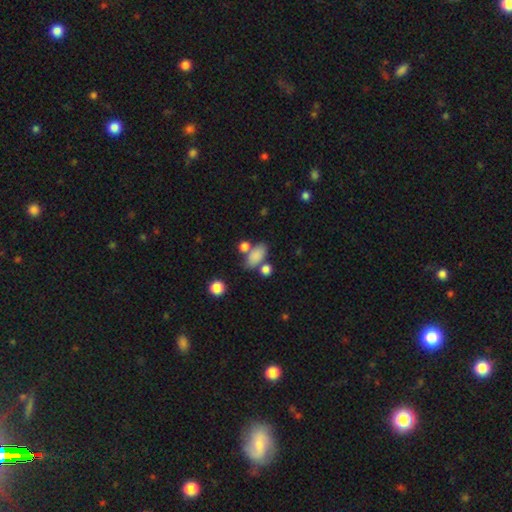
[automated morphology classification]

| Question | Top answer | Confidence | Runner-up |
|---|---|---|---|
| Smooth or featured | smooth | 81% | star or artifact (10%) |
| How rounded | in between | 85% | round (9%) |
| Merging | none | 58% | merger (21%) |